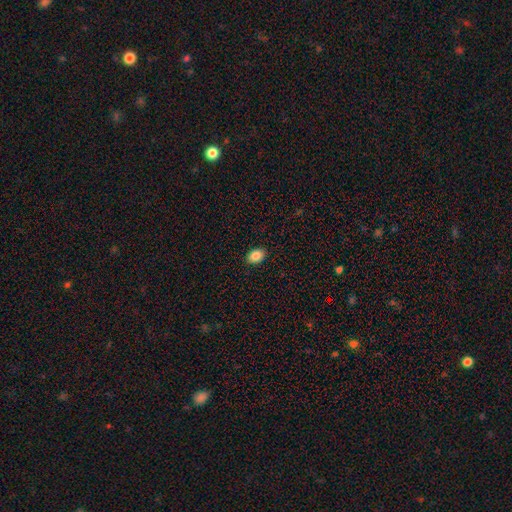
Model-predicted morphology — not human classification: This is clearly a smooth galaxy (86%). How rounded: clearly in between (84%). Merging: clearly none (90%).